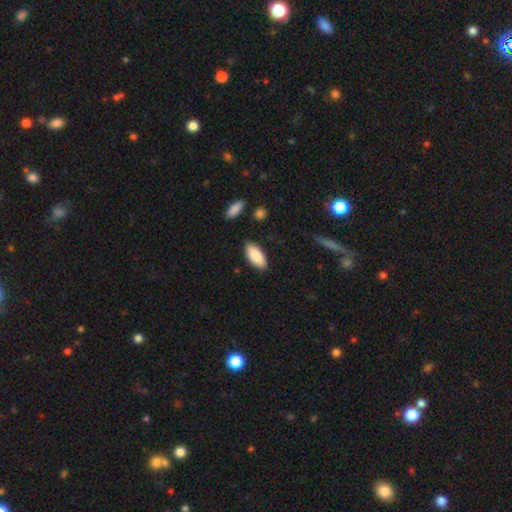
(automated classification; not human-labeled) Morphology: type=smooth (87%); roundness=in between (89%); merging=none (86%).